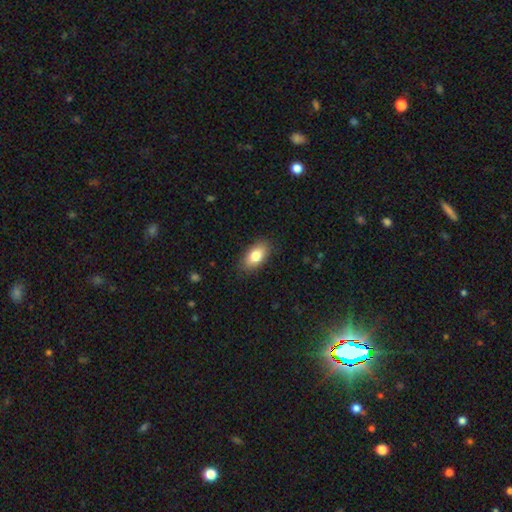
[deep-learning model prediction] This is clearly a smooth galaxy (81%). How rounded: clearly in between (91%). Merging: clearly none (86%).